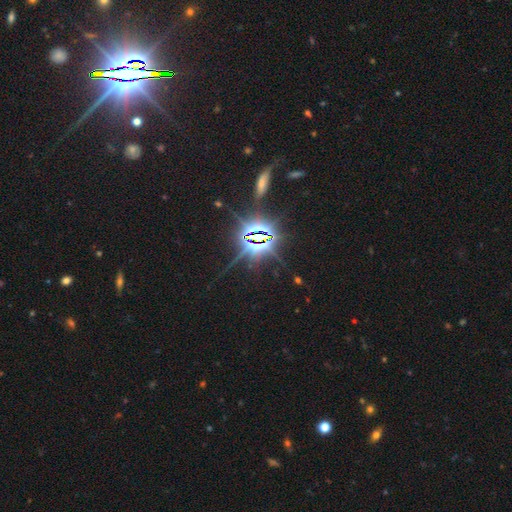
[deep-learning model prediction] smooth_or_featured: star or artifact (p=0.85) [alt: featured or disk p=0.08]